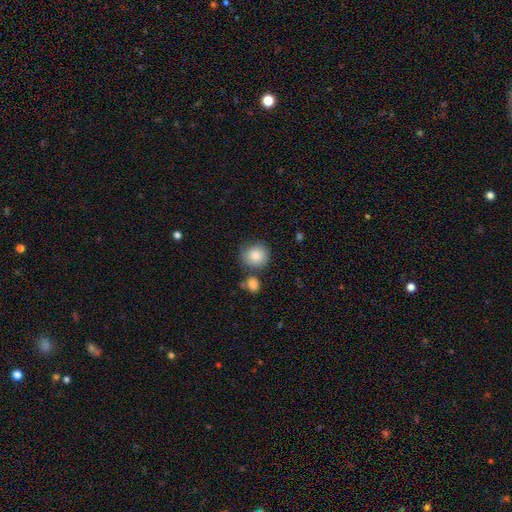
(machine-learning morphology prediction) Smooth or featured? smooth (84%)
How rounded? round (85%)
Merging? none (66%)